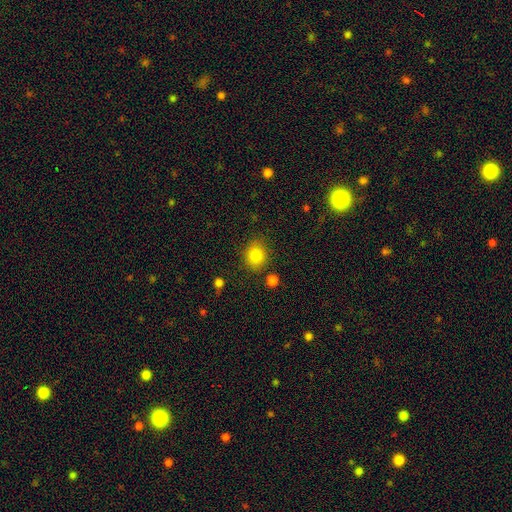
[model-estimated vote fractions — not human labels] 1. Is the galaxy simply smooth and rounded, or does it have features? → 83% smooth, 11% star or artifact, 6% featured or disk.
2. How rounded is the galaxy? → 68% round, 31% in between, 1% cigar-shaped.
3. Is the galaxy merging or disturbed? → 83% none, 11% minor disturbance, 4% merger, 3% major disturbance.